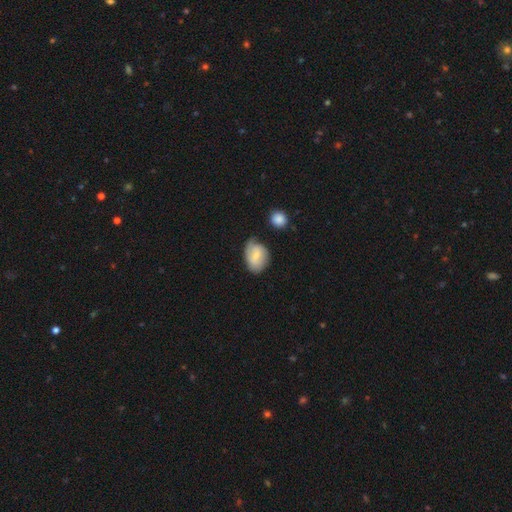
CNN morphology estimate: A smooth galaxy with no disk features (57%) that is in between round and cigar-shaped (68%). Merging: none (51%).